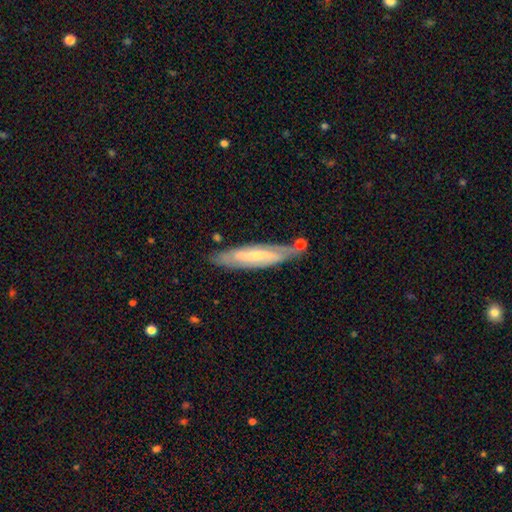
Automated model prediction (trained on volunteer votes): Overall: featured or disk (69%). Edge-on disk: no (66%; yes 34%). Merging: none (74%).